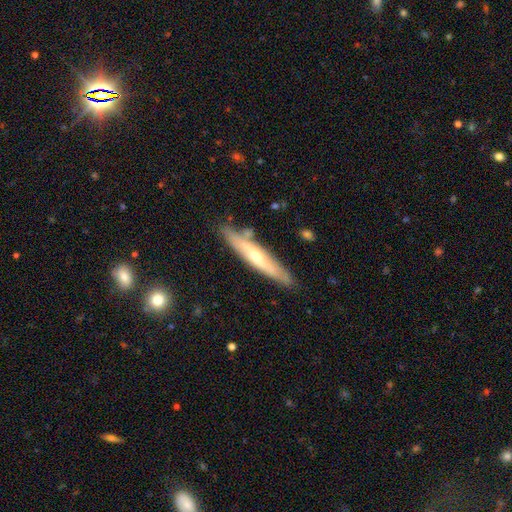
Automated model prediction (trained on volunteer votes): Morphology: type=featured or disk (57%); edge-on=yes (79%); merging=none (80%).